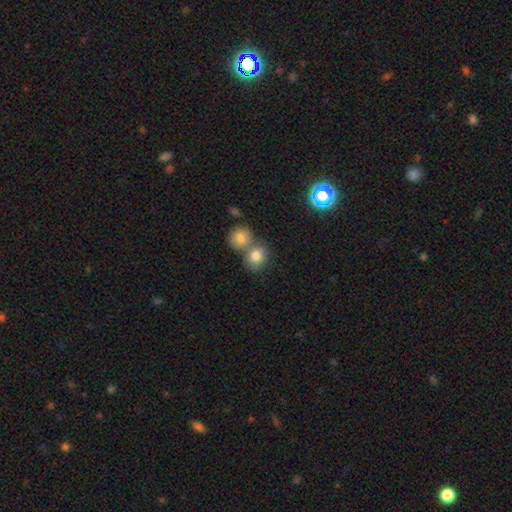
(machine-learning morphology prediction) Smooth or featured?
  - smooth: 80% *
  - featured or disk: 10%
  - star or artifact: 10%
How rounded?
  - round: 71% *
  - in between: 28%
  - cigar-shaped: 1%
Merging?
  - merger: 51% *
  - none: 38%
  - minor disturbance: 8%
  - major disturbance: 3%